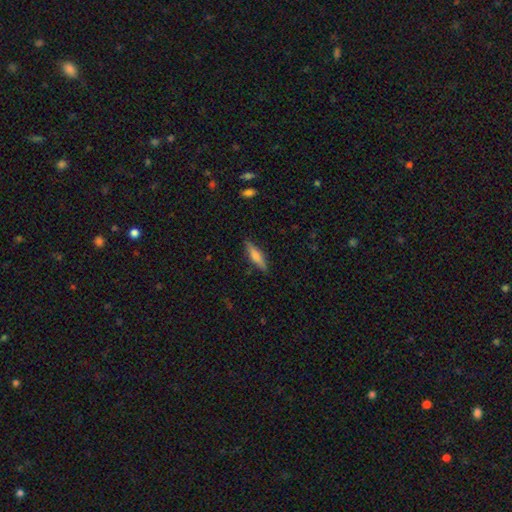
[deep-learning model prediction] A smooth galaxy with no disk features (58%) that is cigar-shaped (74%). Merging: none (87%).